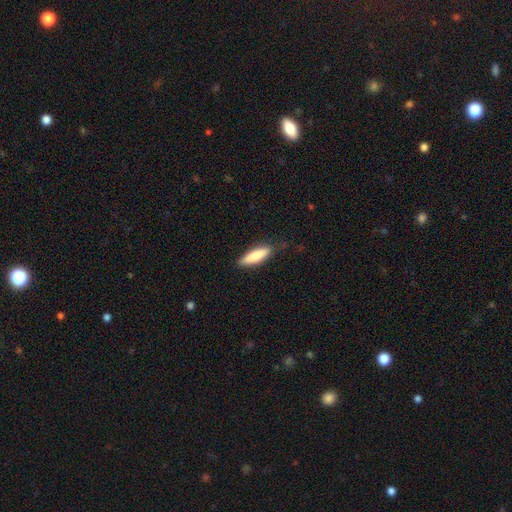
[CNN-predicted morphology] smooth 80%, featured or disk 15%, star or artifact 5%. Down the decision tree: how rounded — cigar-shaped (68%); merging — none (82%).